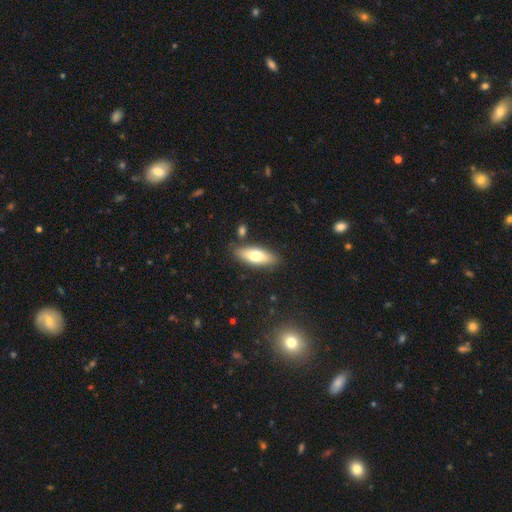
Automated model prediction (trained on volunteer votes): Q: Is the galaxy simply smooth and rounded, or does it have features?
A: smooth — 71%.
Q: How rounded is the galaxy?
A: in between — 65%.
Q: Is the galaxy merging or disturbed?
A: none — 83%.